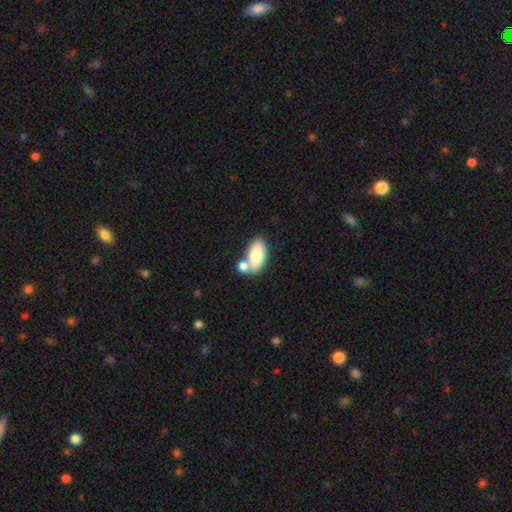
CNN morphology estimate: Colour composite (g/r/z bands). It shows a smooth galaxy with no disk features (80%) that is in between round and cigar-shaped (92%). Merging: none (43%).